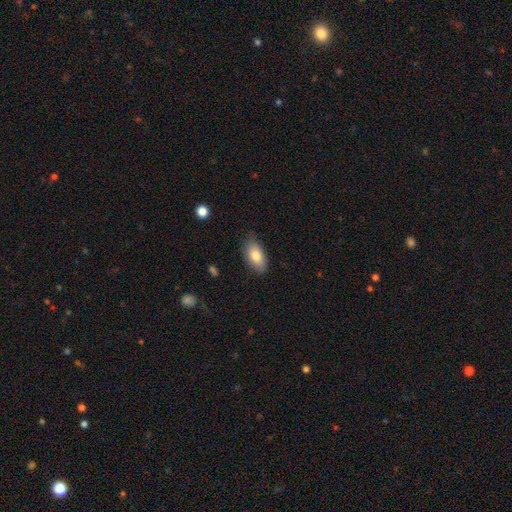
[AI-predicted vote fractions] Overall: smooth (80%). How rounded: in between (92%). Merging: none (78%).